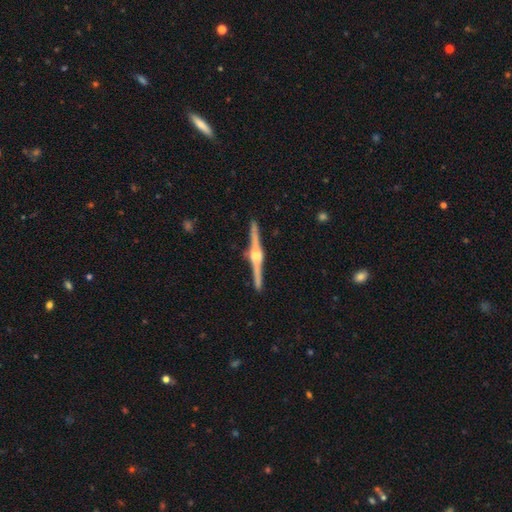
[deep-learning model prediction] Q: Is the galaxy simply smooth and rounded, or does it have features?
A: featured or disk — 89%.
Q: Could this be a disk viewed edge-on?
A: yes — 99%.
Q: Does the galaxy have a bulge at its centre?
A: rounded — 90%.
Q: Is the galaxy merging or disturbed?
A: none — 91%.